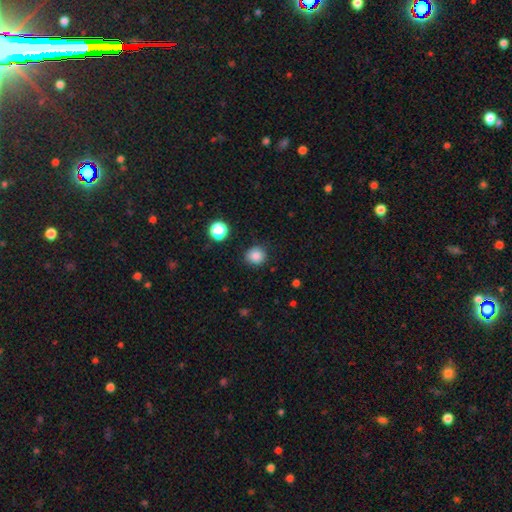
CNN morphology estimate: type=smooth (85%); roundness=round (88%); merging=none (86%).